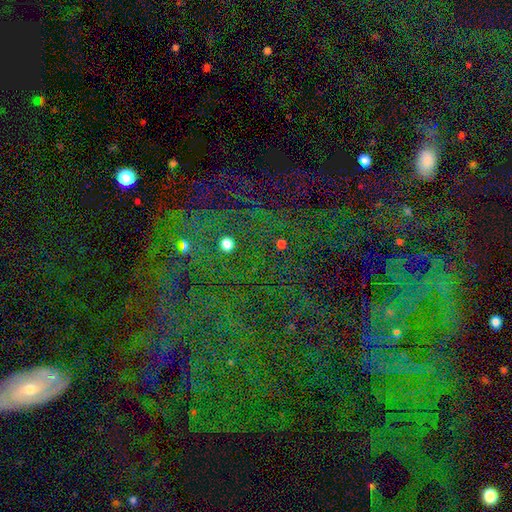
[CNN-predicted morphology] This appears to be a star or artifact, not a galaxy (77%).